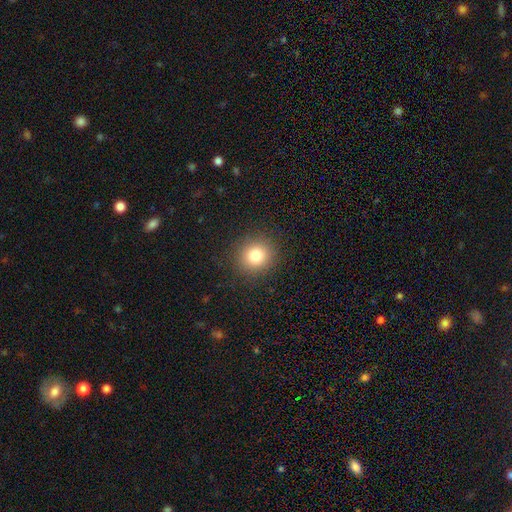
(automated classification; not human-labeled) Morphology: type=smooth (79%); roundness=round (88%); merging=none (90%).